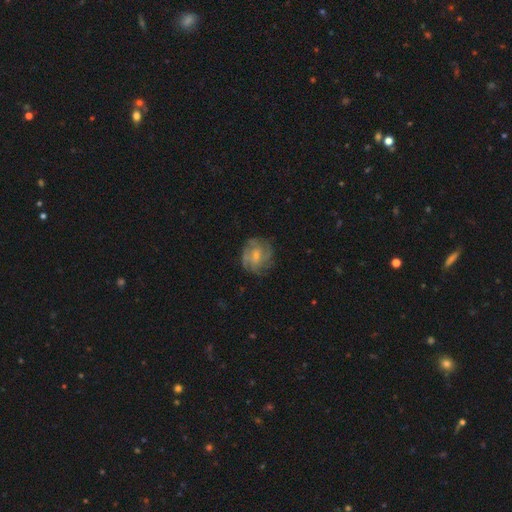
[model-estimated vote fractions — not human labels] Q: Smooth or featured?
A: featured or disk (70%); runner-up: smooth (22%)
Q: Edge-on disk?
A: no (98%); runner-up: yes (2%)
Q: Bar?
A: no (63%); runner-up: weak (32%)
Q: Spiral arms?
A: yes (85%); runner-up: no (15%)
Q: Spiral winding?
A: tight (49%); runner-up: medium (37%)
Q: Spiral arm count?
A: can't tell (42%); runner-up: 4 (18%)
Q: Bulge size?
A: small (64%); runner-up: moderate (28%)
Q: Merging?
A: none (70%); runner-up: minor disturbance (19%)